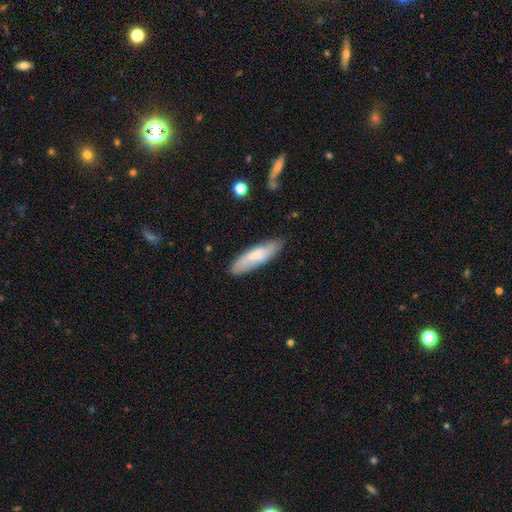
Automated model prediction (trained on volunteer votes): A smooth galaxy with no disk features (72%) that is cigar-shaped (61%). Merging: none (81%).